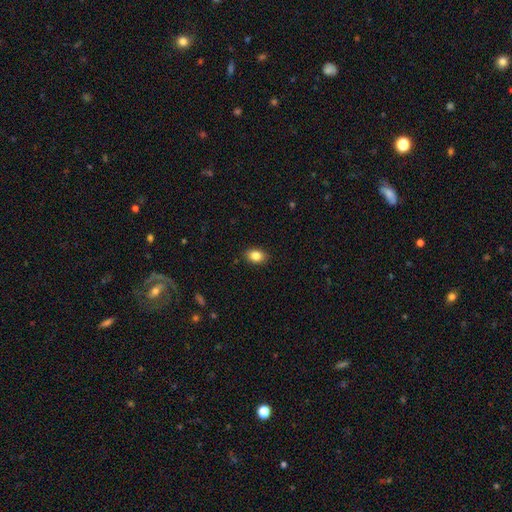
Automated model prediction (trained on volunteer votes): smooth_or_featured: smooth (p=0.85) [alt: star or artifact p=0.09]
how_rounded: in between (p=0.72) [alt: round p=0.27]
merging: none (p=0.88) [alt: minor disturbance p=0.09]